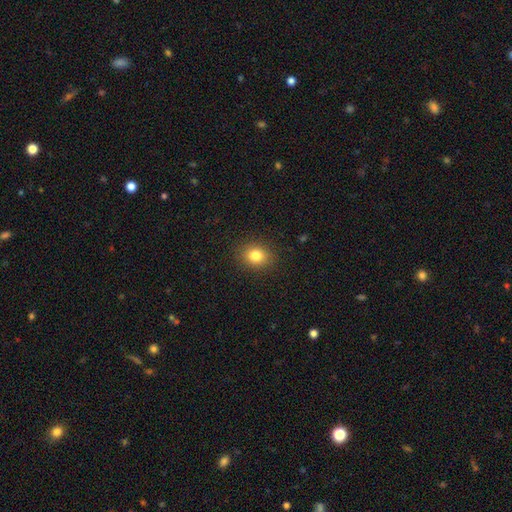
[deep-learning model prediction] smooth 82%, star or artifact 11%, featured or disk 7%. Down the decision tree: how rounded — round (61%); merging — none (90%).